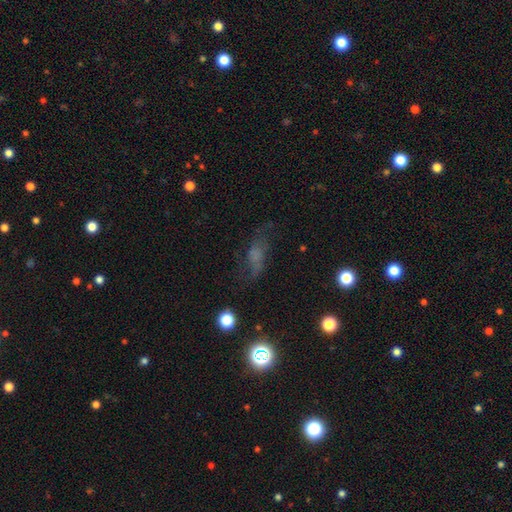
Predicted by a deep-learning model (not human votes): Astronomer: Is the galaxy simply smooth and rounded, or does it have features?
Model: smooth — 44% (runner-up: featured or disk, 35%).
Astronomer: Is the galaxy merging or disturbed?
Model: none — 54%.